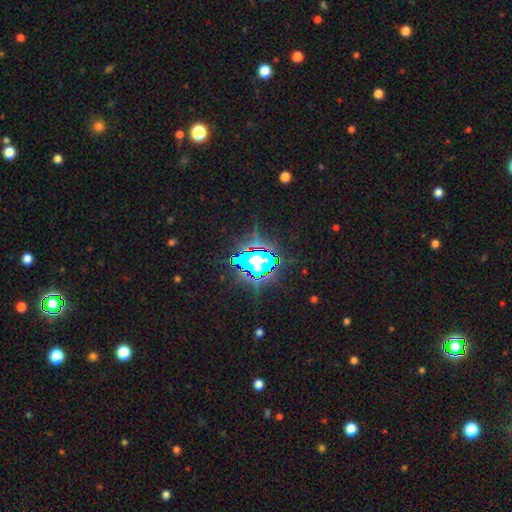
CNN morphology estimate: Smooth or featured? star or artifact (64%)